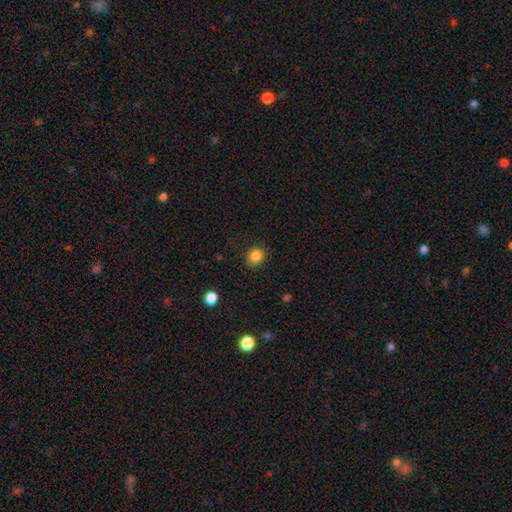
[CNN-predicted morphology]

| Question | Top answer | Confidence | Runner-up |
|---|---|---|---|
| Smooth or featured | smooth | 85% | star or artifact (11%) |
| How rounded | round | 74% | in between (25%) |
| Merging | none | 84% | minor disturbance (12%) |